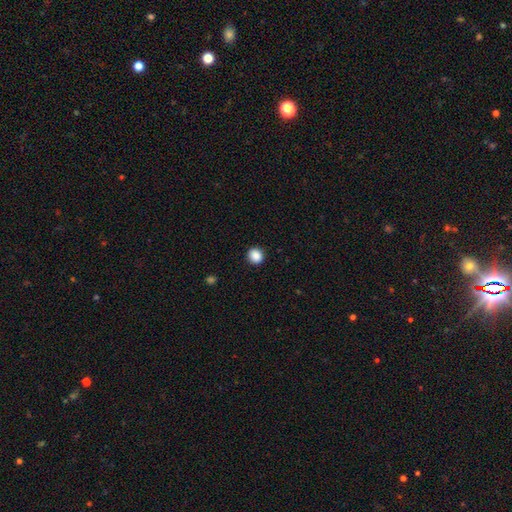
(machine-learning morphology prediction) Smooth or featured?
  - smooth: 88% *
  - star or artifact: 9%
  - featured or disk: 2%
How rounded?
  - round: 86% *
  - in between: 13%
  - cigar-shaped: 1%
Merging?
  - none: 91% *
  - minor disturbance: 6%
  - major disturbance: 2%
  - merger: 1%